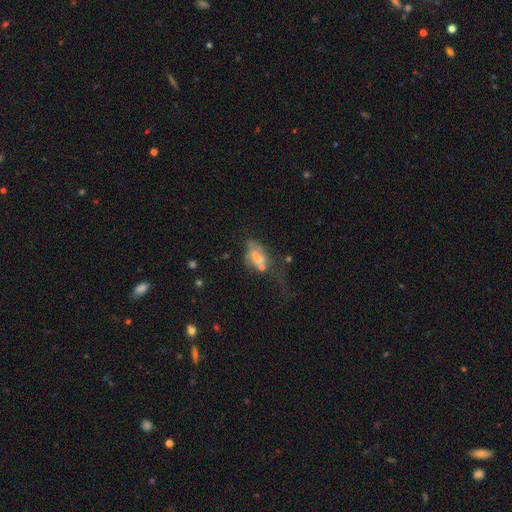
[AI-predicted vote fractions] Morphology: type=smooth (48%); merging=major disturbance (36%).